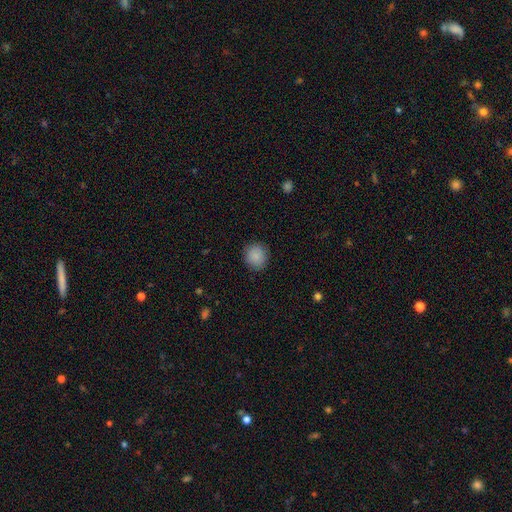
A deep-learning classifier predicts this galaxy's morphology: Smooth or featured: smooth — 89% (star or artifact — 8%)
How rounded: round — 88% (in between — 11%)
Merging: none — 89% (minor disturbance — 8%)